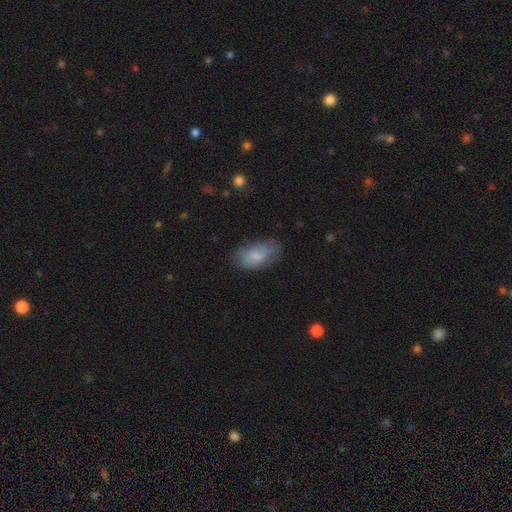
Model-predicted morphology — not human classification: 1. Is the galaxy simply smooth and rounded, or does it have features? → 72% smooth, 21% featured or disk, 7% star or artifact.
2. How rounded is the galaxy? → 92% in between, 4% round, 3% cigar-shaped.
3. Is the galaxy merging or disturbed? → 62% none, 27% minor disturbance, 9% major disturbance, 2% merger.